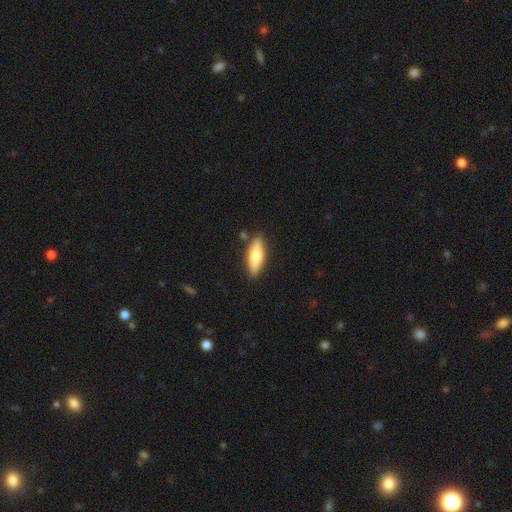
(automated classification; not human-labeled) Overall: smooth (68%). How rounded: in between (56%; cigar-shaped 42%). Merging: none (84%).